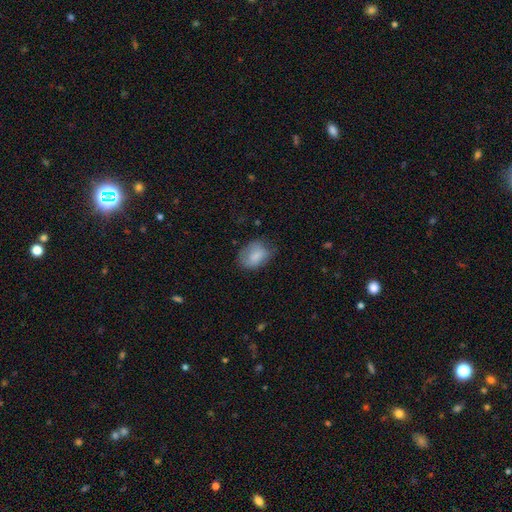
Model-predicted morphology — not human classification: The model was most divided on "merging": none: 57%, minor disturbance: 30%, major disturbance: 11%, merger: 2%. More confident: smooth or featured — smooth (80%); how rounded — in between (72%).